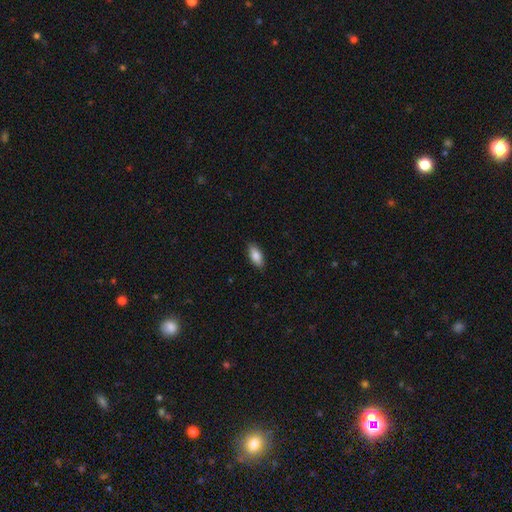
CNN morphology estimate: Q: Smooth or featured?
A: smooth (84%); runner-up: featured or disk (10%)
Q: How rounded?
A: in between (85%); runner-up: cigar-shaped (13%)
Q: Merging?
A: none (89%); runner-up: minor disturbance (9%)